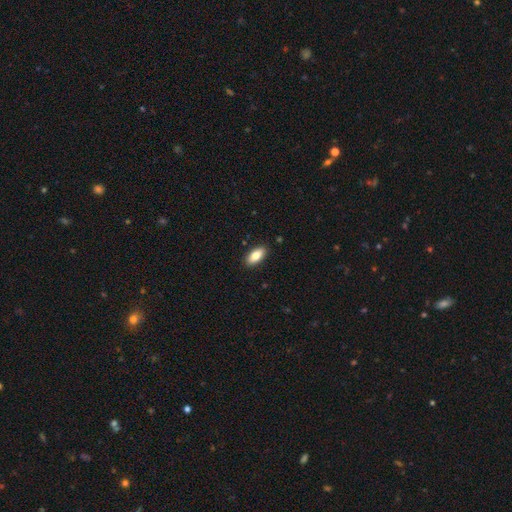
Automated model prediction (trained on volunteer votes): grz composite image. It shows a smooth galaxy with no disk features (82%) that is in between round and cigar-shaped (88%). Merging: none (89%).